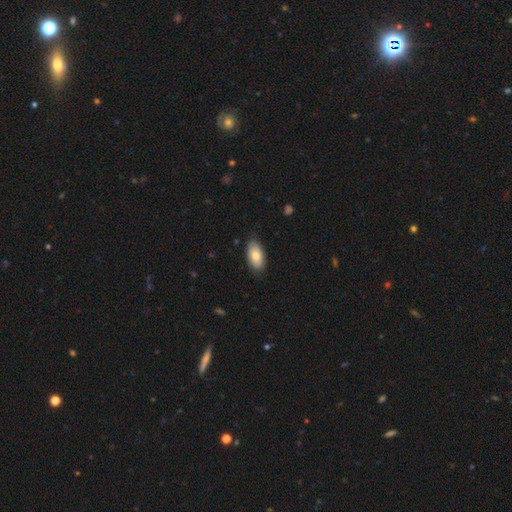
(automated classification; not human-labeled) This appears to be a smooth galaxy with no disk features (80%) that is in between round and cigar-shaped (94%). Merging: none (83%).